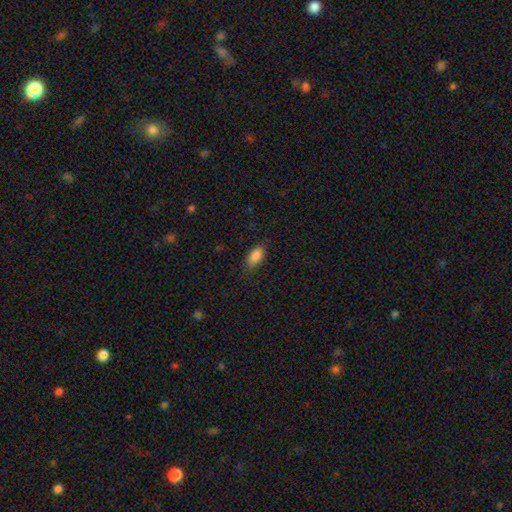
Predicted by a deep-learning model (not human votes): Q: Smooth or featured?
A: smooth (87%); runner-up: star or artifact (8%)
Q: How rounded?
A: in between (91%); runner-up: cigar-shaped (5%)
Q: Merging?
A: none (77%); runner-up: minor disturbance (17%)